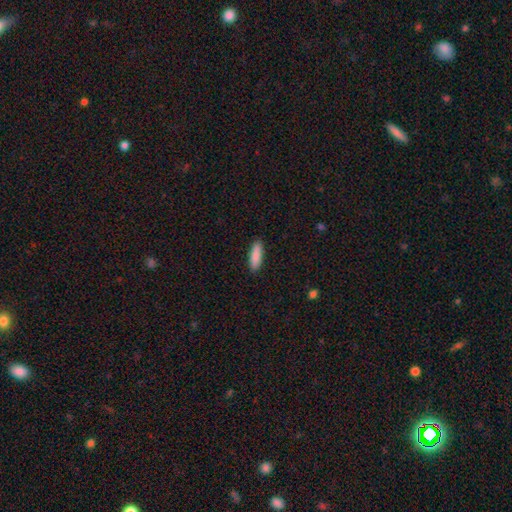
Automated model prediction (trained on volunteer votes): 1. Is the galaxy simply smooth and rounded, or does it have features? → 89% smooth, 6% star or artifact, 6% featured or disk.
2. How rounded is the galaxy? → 58% cigar-shaped, 40% in between, 2% round.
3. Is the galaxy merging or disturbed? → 91% none, 7% minor disturbance, 2% major disturbance, 1% merger.